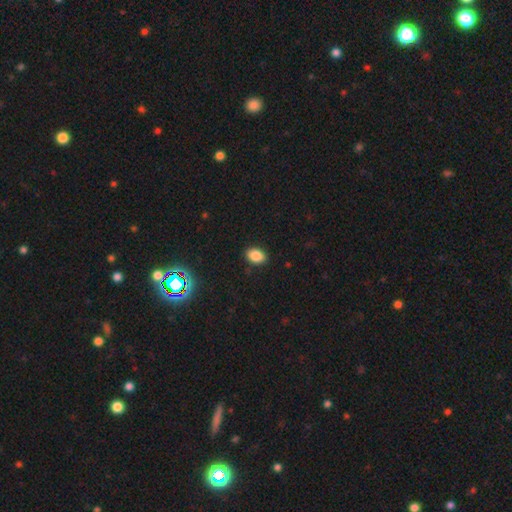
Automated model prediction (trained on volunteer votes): The model was most divided on "how rounded": in between: 79%, round: 20%, cigar-shaped: 1%. More confident: merging — none (89%); smooth or featured — smooth (86%).